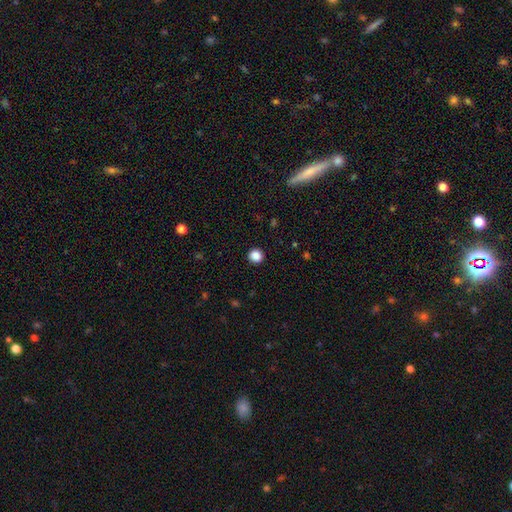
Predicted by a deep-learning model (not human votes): Smooth or featured? Predicted: smooth (p=0.87). How rounded? Predicted: round (p=0.92). Merging? Predicted: none (p=0.92).